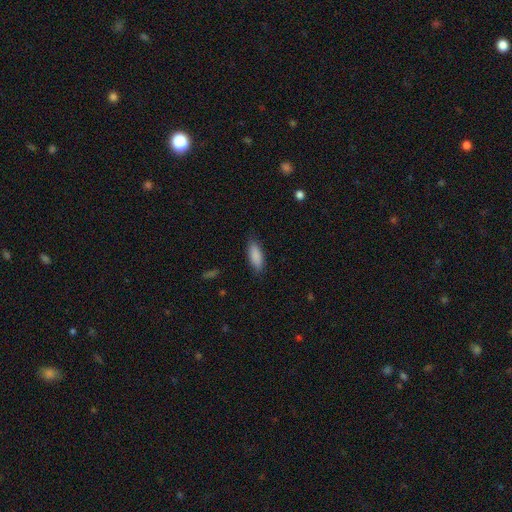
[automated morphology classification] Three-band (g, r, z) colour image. It shows a smooth galaxy with no disk features (88%) that is in between round and cigar-shaped (69%). Merging: none (84%).